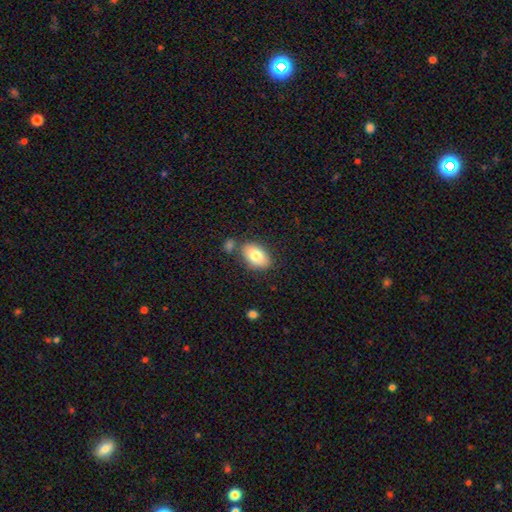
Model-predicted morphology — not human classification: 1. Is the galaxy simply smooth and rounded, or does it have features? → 78% smooth, 14% featured or disk, 7% star or artifact.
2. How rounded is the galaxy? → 91% in between, 8% round, 2% cigar-shaped.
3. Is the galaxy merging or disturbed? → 73% none, 13% minor disturbance, 10% merger, 4% major disturbance.